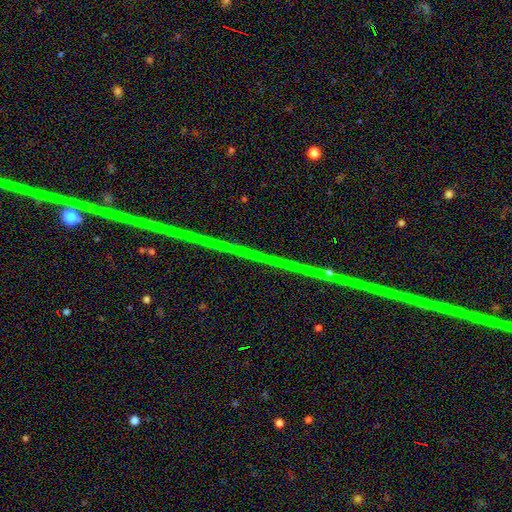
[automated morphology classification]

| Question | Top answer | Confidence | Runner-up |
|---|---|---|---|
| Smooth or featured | star or artifact | 78% | featured or disk (14%) |